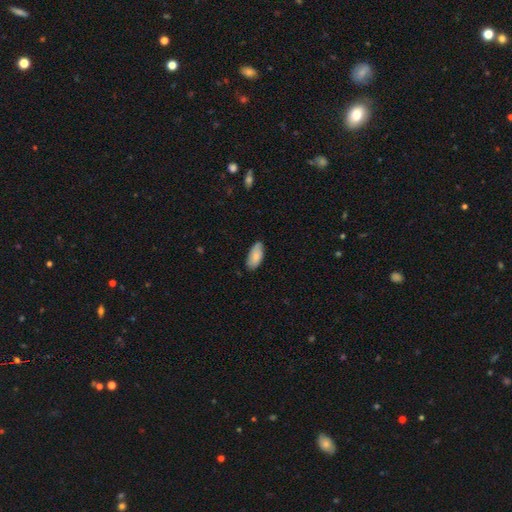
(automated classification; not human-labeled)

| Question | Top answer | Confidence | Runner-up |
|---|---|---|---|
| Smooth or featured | smooth | 82% | featured or disk (12%) |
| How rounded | in between | 91% | cigar-shaped (7%) |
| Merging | none | 78% | minor disturbance (18%) |